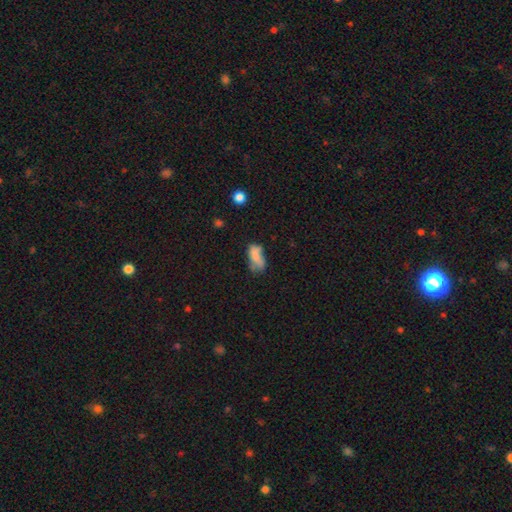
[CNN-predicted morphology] This appears to be a smooth galaxy with no disk features (69%) that is in between round and cigar-shaped (84%). Merging: none (36%).